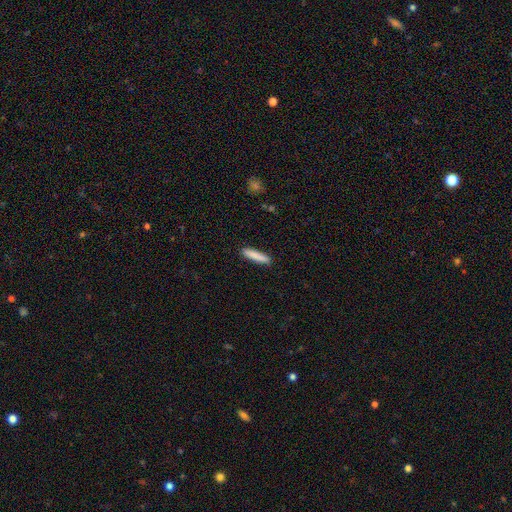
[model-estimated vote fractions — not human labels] Smooth or featured?
  - smooth: 85% *
  - featured or disk: 9%
  - star or artifact: 6%
How rounded?
  - cigar-shaped: 88% *
  - in between: 11%
  - round: 1%
Merging?
  - none: 91% *
  - minor disturbance: 6%
  - major disturbance: 2%
  - merger: 1%